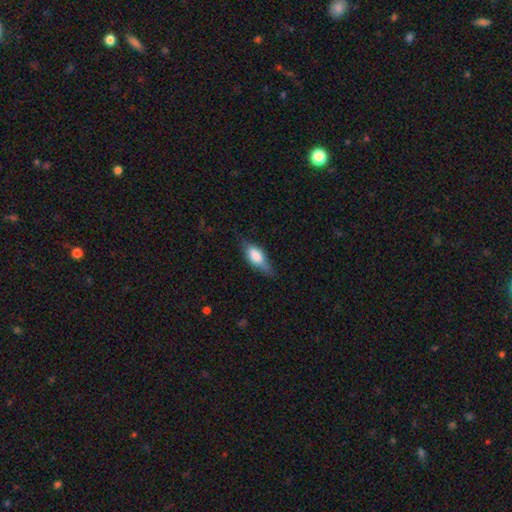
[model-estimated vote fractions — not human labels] Morphology: type=smooth (63%); roundness=in between (74%); merging=none (62%).